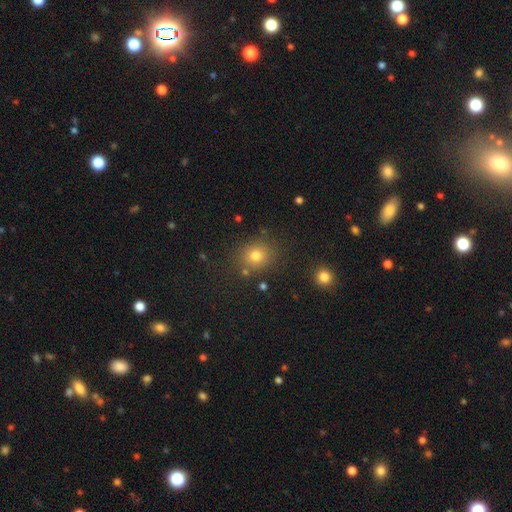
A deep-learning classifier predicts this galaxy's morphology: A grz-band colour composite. It shows a smooth galaxy with no disk features (76%) that is round (78%). Merging: none (83%).